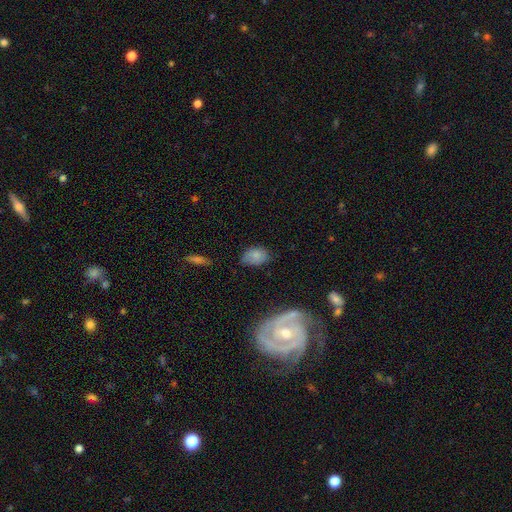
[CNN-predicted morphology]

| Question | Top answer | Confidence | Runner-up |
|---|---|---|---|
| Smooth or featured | smooth | 78% | featured or disk (11%) |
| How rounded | in between | 85% | round (14%) |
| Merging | none | 65% | minor disturbance (27%) |